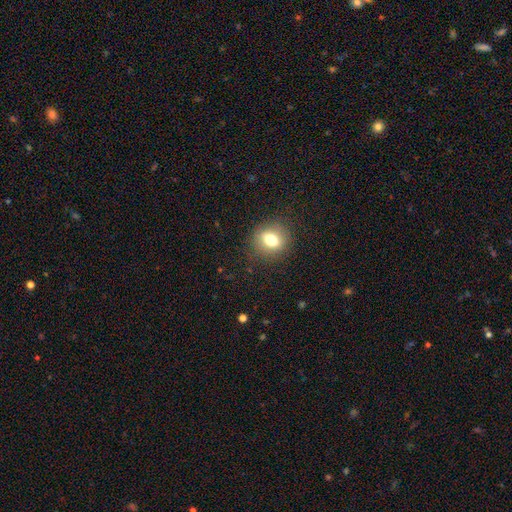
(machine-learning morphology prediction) This is likely a smooth galaxy (71%). How rounded: clearly round (82%). Merging: clearly none (89%).